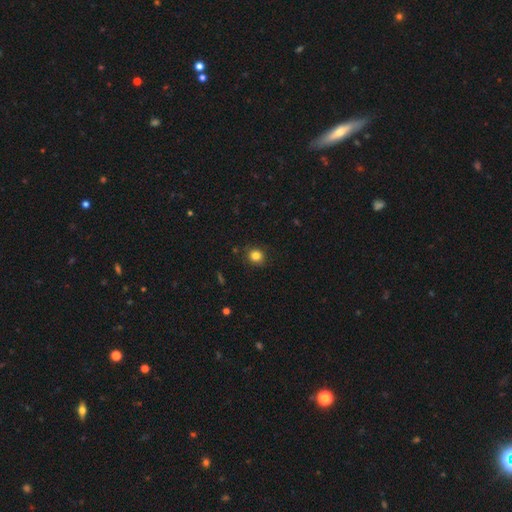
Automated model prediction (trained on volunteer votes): Smooth or featured: smooth — 83% (star or artifact — 12%)
How rounded: round — 84% (in between — 15%)
Merging: none — 87% (minor disturbance — 10%)